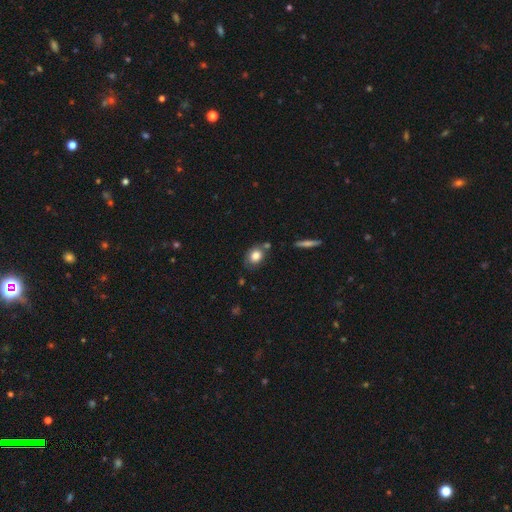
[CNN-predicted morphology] smooth_or_featured: smooth (p=0.79) [alt: featured or disk p=0.13]
how_rounded: in between (p=0.56) [alt: round p=0.43]
merging: none (p=0.64) [alt: minor disturbance p=0.19]